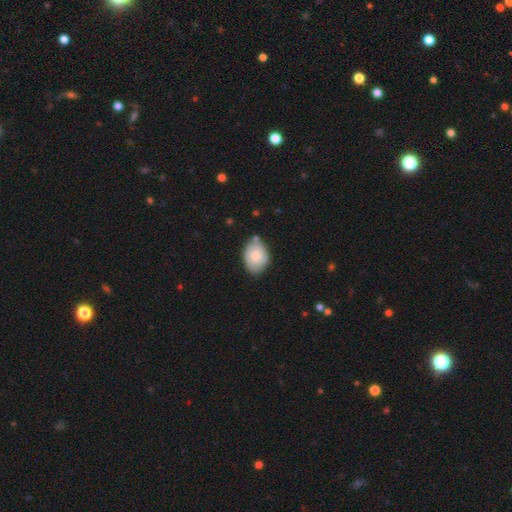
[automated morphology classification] Smooth or featured?
  - smooth: 81% *
  - featured or disk: 13%
  - star or artifact: 6%
How rounded?
  - in between: 81% *
  - round: 18%
  - cigar-shaped: 1%
Merging?
  - none: 69% *
  - minor disturbance: 23%
  - merger: 5%
  - major disturbance: 4%